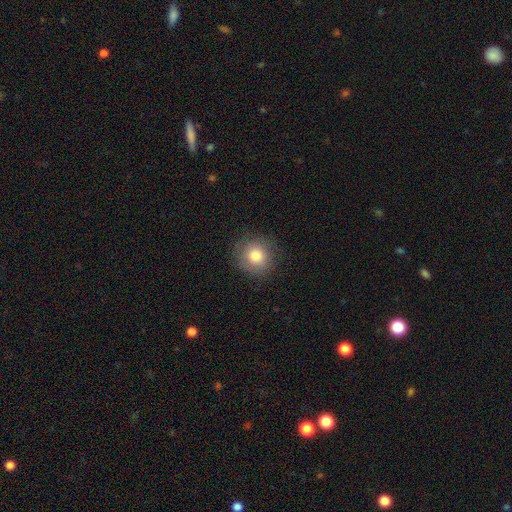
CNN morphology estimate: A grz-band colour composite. It shows a smooth galaxy with no disk features (79%) that is round (91%). Merging: none (86%).